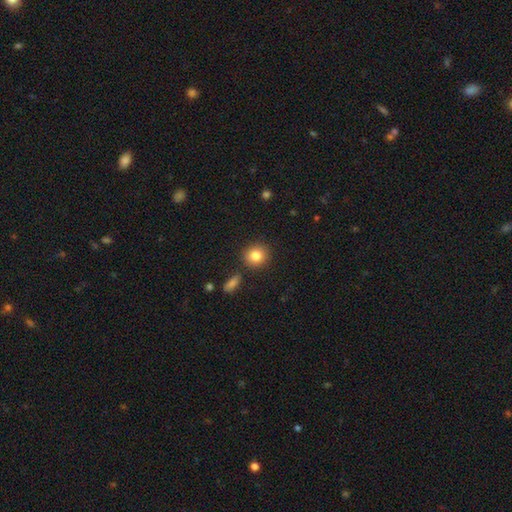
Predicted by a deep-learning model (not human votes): This is clearly a smooth galaxy (84%). How rounded: clearly round (84%). Merging: clearly none (85%).